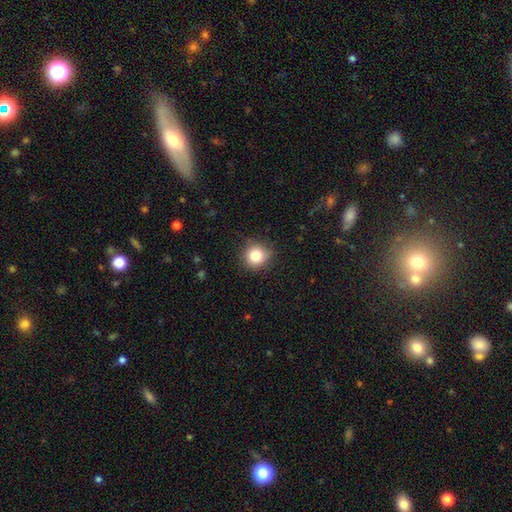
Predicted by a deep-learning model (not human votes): Smooth or featured: smooth — 83% (star or artifact — 11%)
How rounded: round — 90% (in between — 9%)
Merging: none — 80% (minor disturbance — 15%)